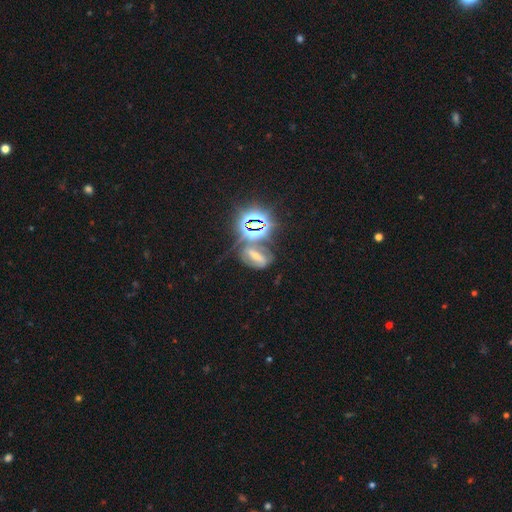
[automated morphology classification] Smooth or featured: star or artifact — 43% (featured or disk — 32%)